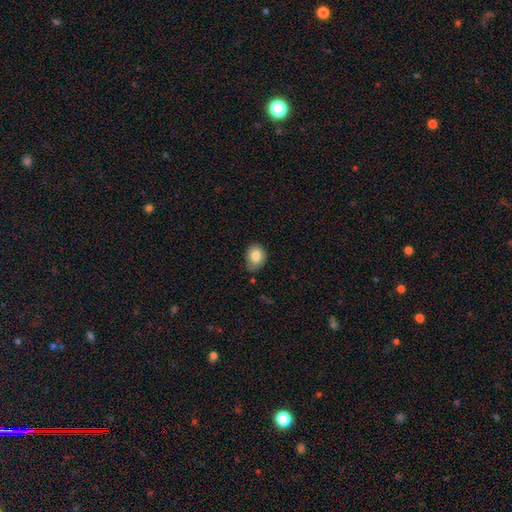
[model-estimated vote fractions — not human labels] smooth_or_featured: smooth (p=0.82) [alt: featured or disk p=0.10]
how_rounded: in between (p=0.57) [alt: round p=0.43]
merging: none (p=0.73) [alt: minor disturbance p=0.22]